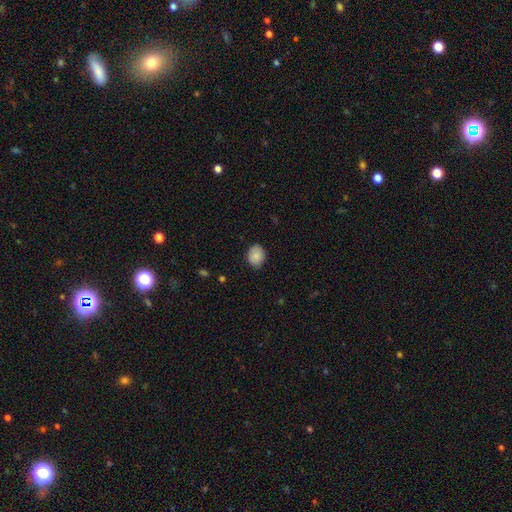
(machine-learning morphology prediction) smooth-or-featured: smooth: 88% | star or artifact: 7% | featured or disk: 5%
  how-rounded: in between: 53% | round: 47% | cigar-shaped: 1%
  merging: none: 83% | minor disturbance: 13% | major disturbance: 3% | merger: 1%